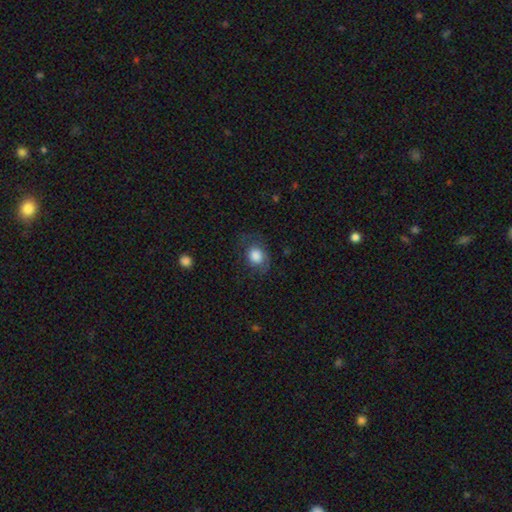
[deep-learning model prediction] The model was most divided on "how rounded": round: 55%, in between: 44%, cigar-shaped: 1%. More confident: smooth or featured — smooth (80%); merging — none (66%).